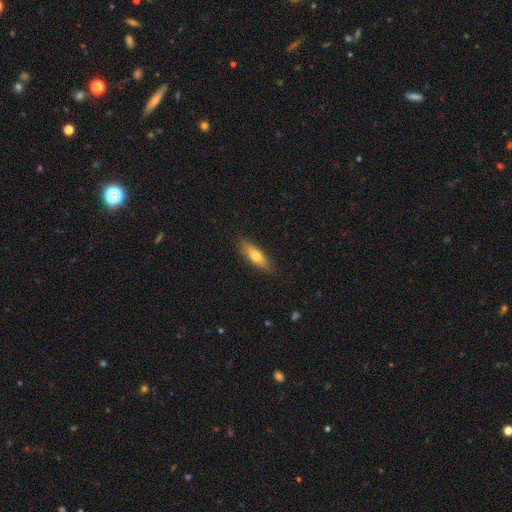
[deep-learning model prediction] smooth_or_featured: smooth (p=0.69) [alt: featured or disk p=0.25]
how_rounded: cigar-shaped (p=0.58) [alt: in between p=0.40]
merging: none (p=0.86) [alt: minor disturbance p=0.11]